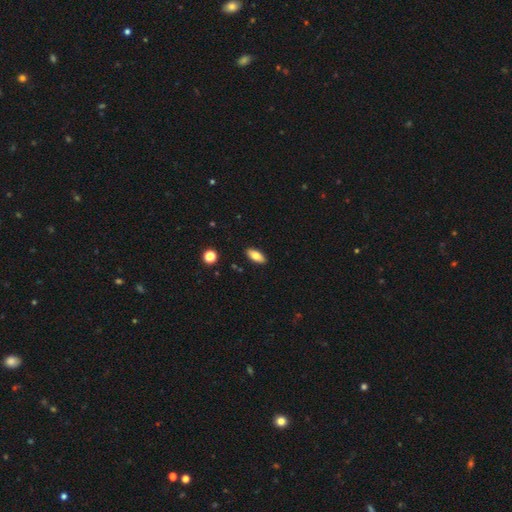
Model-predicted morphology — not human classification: Overall: smooth (78%). How rounded: in between (84%). Merging: none (89%).